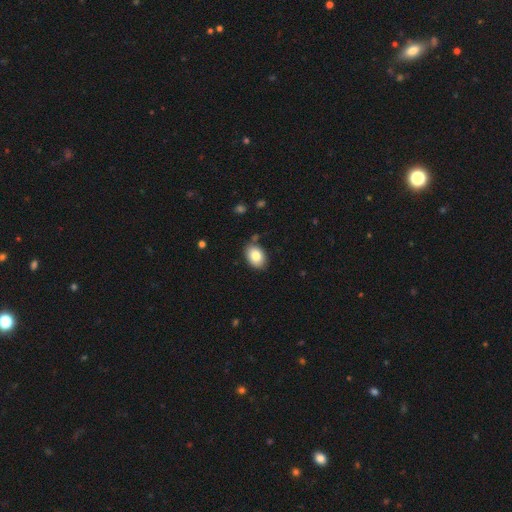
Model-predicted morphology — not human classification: Smooth or featured? smooth (83%)
How rounded? in between (81%)
Merging? none (82%)